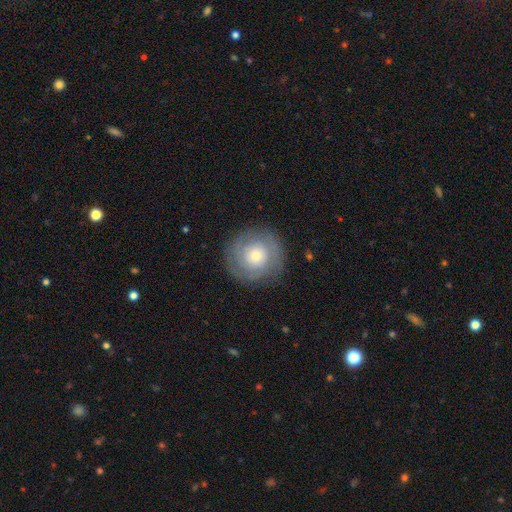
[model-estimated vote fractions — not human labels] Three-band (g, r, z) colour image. It shows a featured or disk galaxy (47%). Merging: none (86%).